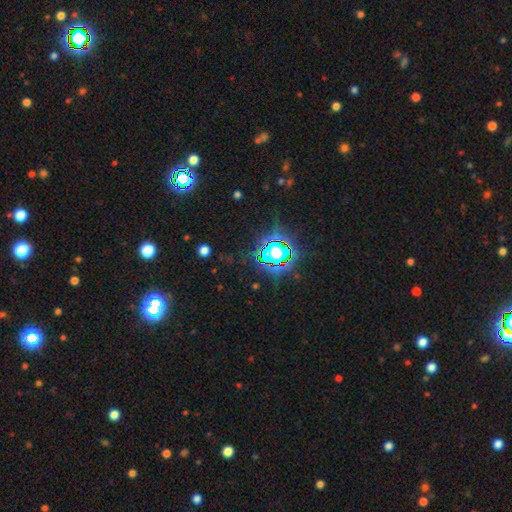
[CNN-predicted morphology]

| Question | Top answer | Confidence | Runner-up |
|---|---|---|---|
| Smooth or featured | star or artifact | 81% | smooth (11%) |